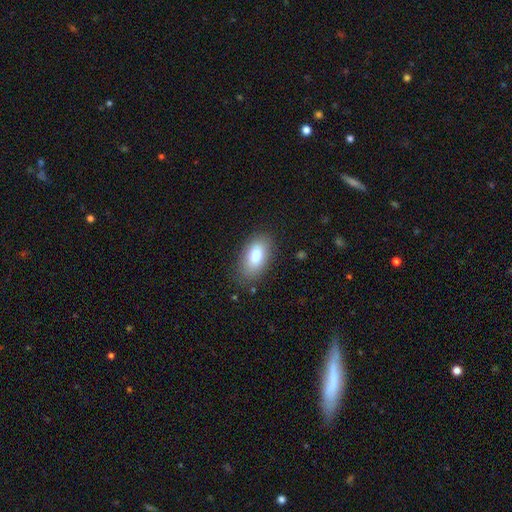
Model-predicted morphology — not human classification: Q: Smooth or featured?
A: smooth (81%); runner-up: featured or disk (11%)
Q: How rounded?
A: in between (92%); runner-up: round (4%)
Q: Merging?
A: none (83%); runner-up: minor disturbance (12%)